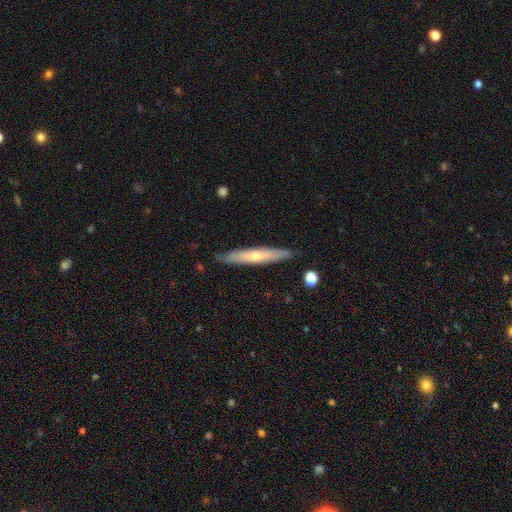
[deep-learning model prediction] Smooth or featured? Predicted: featured or disk (p=0.48). Merging? Predicted: none (p=0.85).